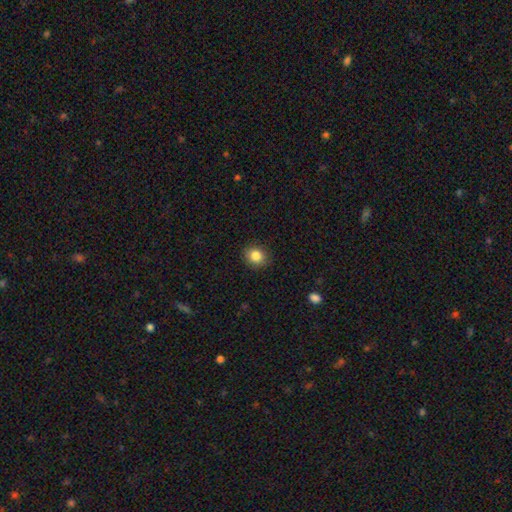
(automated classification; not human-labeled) Q: Smooth or featured?
A: smooth (85%); runner-up: star or artifact (10%)
Q: How rounded?
A: round (71%); runner-up: in between (28%)
Q: Merging?
A: none (89%); runner-up: minor disturbance (8%)